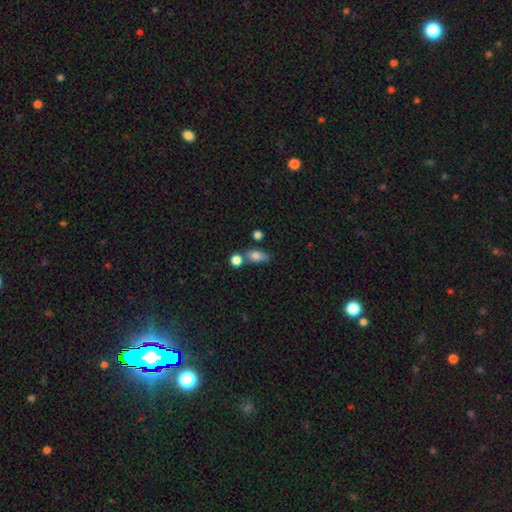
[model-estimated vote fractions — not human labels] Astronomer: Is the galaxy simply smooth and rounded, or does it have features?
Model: smooth — 79%.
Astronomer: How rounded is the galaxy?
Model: in between — 75%.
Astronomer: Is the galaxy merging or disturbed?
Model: none — 54%.